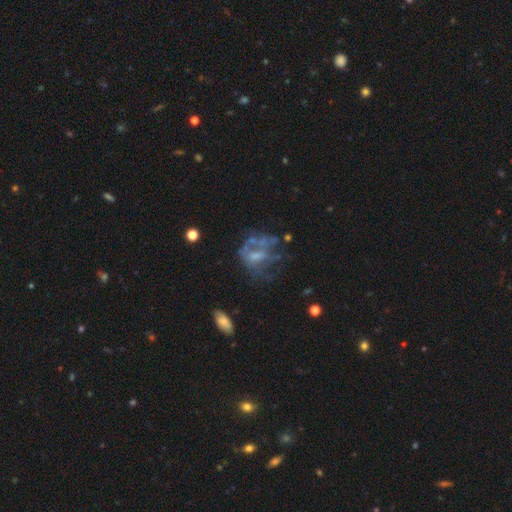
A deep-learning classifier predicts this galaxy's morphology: type=featured or disk (62%); edge-on=no (97%); bar=no (72%); spiral arms=no (73%); bulge=none (36%); merging=major disturbance (37%).